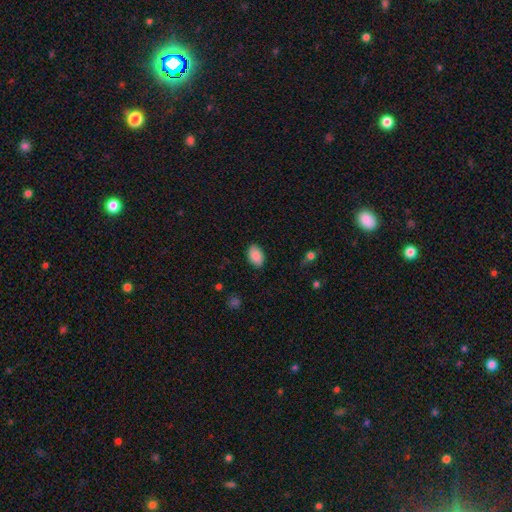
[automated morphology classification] smooth-or-featured: smooth: 89% | star or artifact: 7% | featured or disk: 4%
  how-rounded: in between: 91% | round: 8% | cigar-shaped: 1%
  merging: none: 86% | minor disturbance: 10% | major disturbance: 2% | merger: 1%